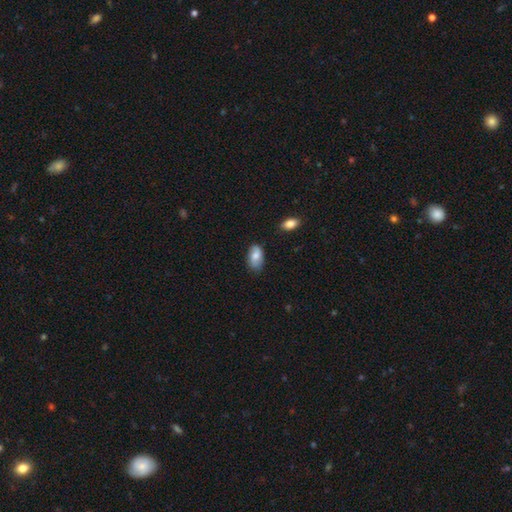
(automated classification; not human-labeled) Smooth or featured?
  - smooth: 73% *
  - featured or disk: 20%
  - star or artifact: 7%
How rounded?
  - in between: 93% *
  - round: 5%
  - cigar-shaped: 2%
Merging?
  - none: 73% *
  - minor disturbance: 22%
  - major disturbance: 3%
  - merger: 2%